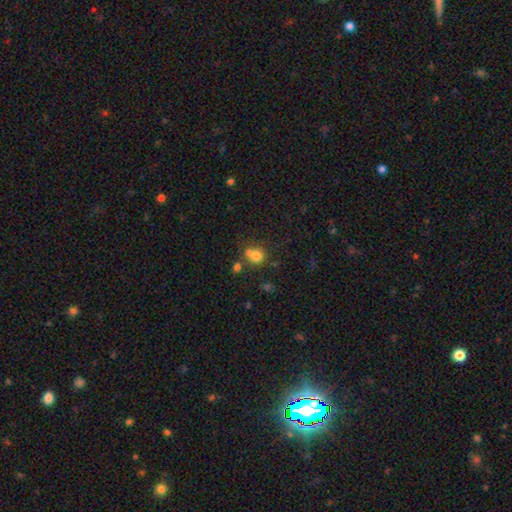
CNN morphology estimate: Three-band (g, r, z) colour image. It shows a smooth galaxy with no disk features (75%) that is round (83%). Merging: none (48%).